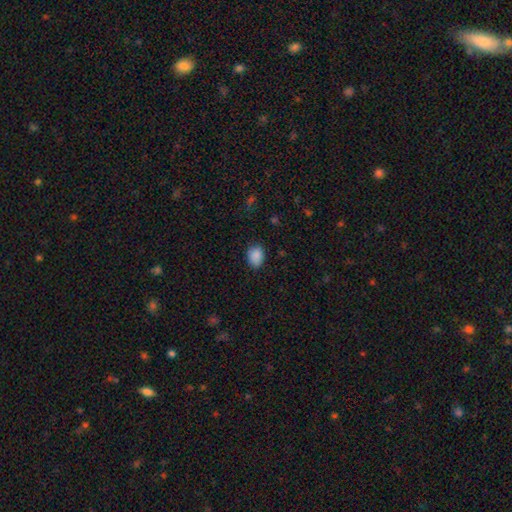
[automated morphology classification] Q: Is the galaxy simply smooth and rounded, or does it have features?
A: smooth — 88%.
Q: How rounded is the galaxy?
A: in between — 64%.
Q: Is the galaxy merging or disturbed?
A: none — 80%.